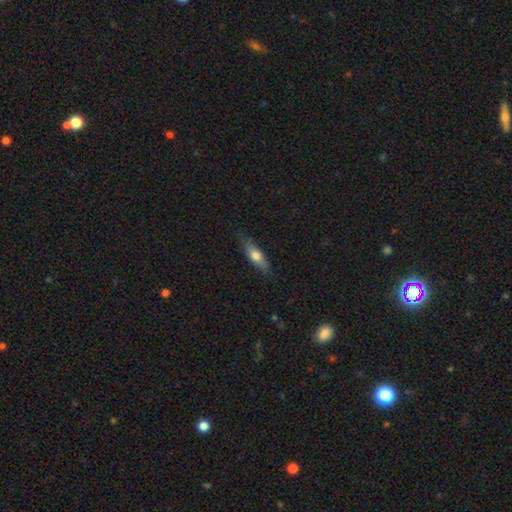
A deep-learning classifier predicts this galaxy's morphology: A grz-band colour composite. It shows a smooth galaxy with no disk features (65%) that is in between round and cigar-shaped (50%). Merging: none (78%).